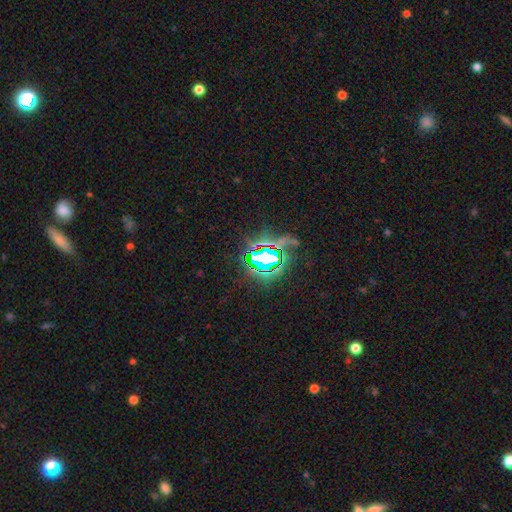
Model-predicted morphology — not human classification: Smooth or featured? Predicted: star or artifact (p=0.77).